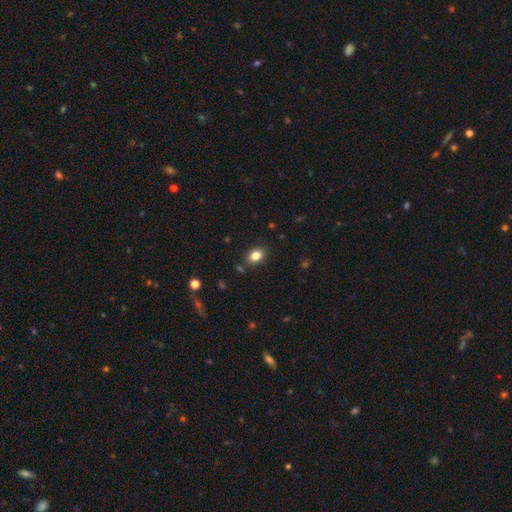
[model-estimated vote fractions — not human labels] Smooth or featured: smooth — 83% (star or artifact — 10%)
How rounded: in between — 66% (round — 33%)
Merging: none — 85% (minor disturbance — 10%)